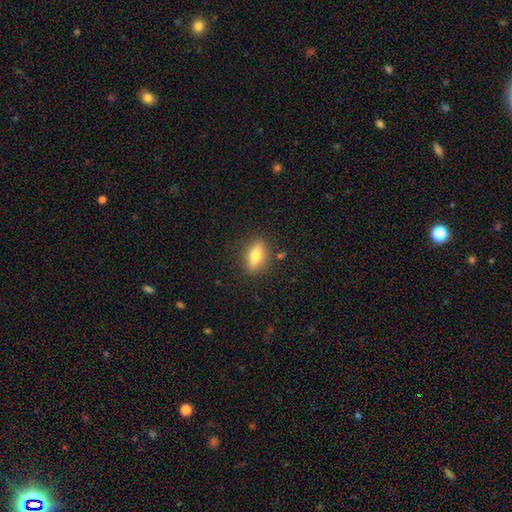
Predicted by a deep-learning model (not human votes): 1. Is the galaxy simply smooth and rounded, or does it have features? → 50% smooth, 42% featured or disk, 8% star or artifact.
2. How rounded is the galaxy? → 60% in between, 32% cigar-shaped, 8% round.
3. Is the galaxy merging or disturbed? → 86% none, 10% minor disturbance, 3% major disturbance, 2% merger.